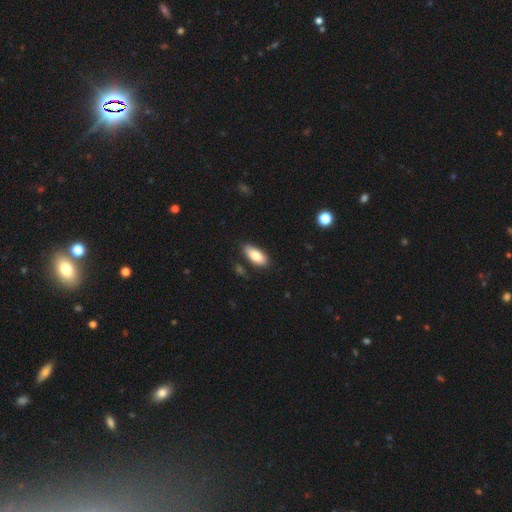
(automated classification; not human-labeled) A smooth galaxy with no disk features (83%) that is in between round and cigar-shaped (87%). Merging: none (84%).